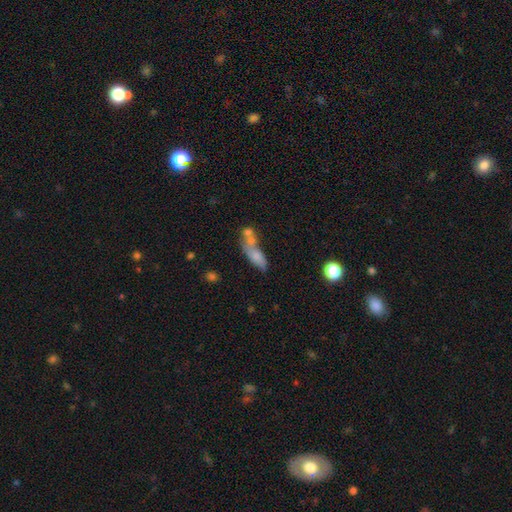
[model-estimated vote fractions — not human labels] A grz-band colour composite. It shows a smooth galaxy with no disk features (65%) that is in between round and cigar-shaped (60%). Merging: merger (44%).